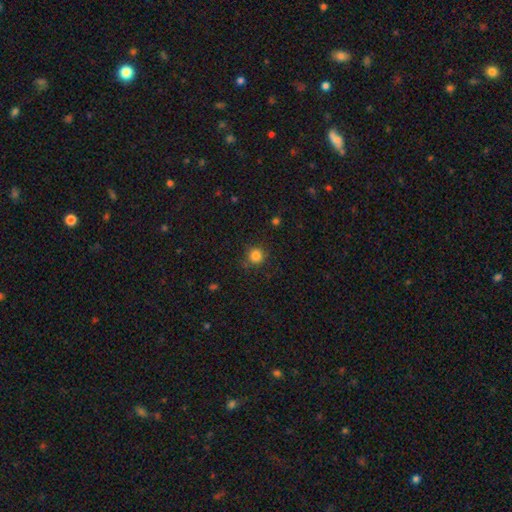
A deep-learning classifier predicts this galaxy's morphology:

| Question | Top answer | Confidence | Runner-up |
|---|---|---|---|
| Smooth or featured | smooth | 83% | star or artifact (12%) |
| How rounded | round | 93% | in between (6%) |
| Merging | none | 84% | minor disturbance (11%) |